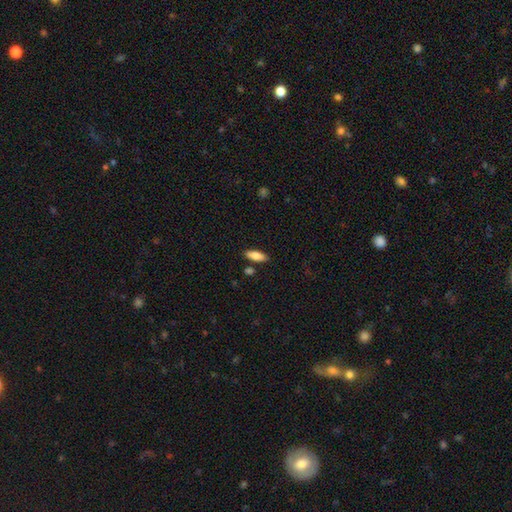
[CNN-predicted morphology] smooth 83%, featured or disk 10%, star or artifact 6%. Down the decision tree: how rounded — in between (69%); merging — none (84%).